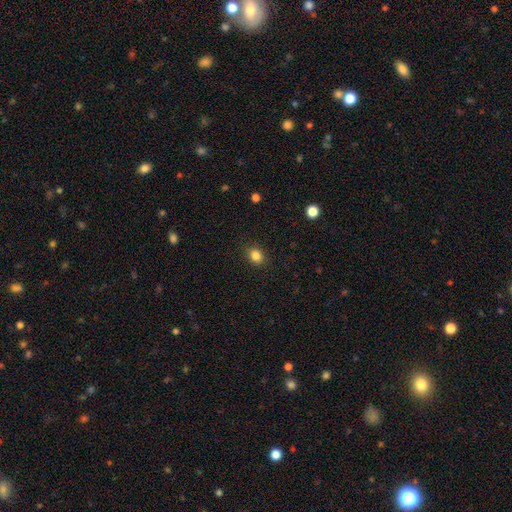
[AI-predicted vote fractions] This is clearly a smooth galaxy (85%). How rounded: possibly round (56%). Merging: clearly none (88%).